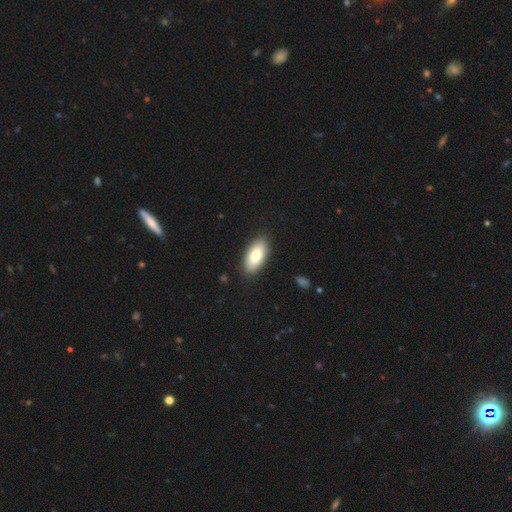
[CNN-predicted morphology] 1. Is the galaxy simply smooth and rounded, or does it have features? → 84% smooth, 10% featured or disk, 6% star or artifact.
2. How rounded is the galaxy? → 91% in between, 7% cigar-shaped, 2% round.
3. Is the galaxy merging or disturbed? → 88% none, 9% minor disturbance, 2% major disturbance, 1% merger.